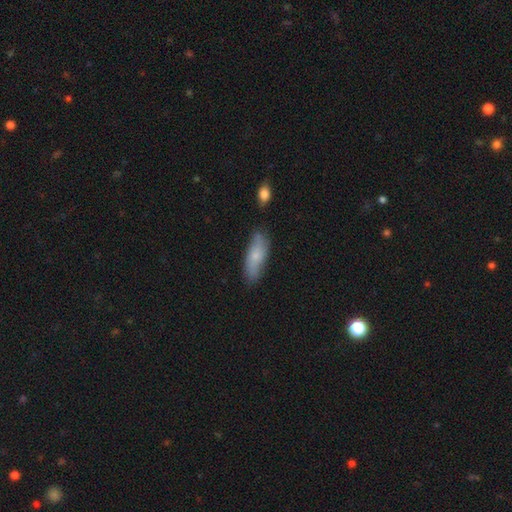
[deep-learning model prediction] Overall: smooth (67%). How rounded: in between (59%; cigar-shaped 39%). Merging: none (74%).